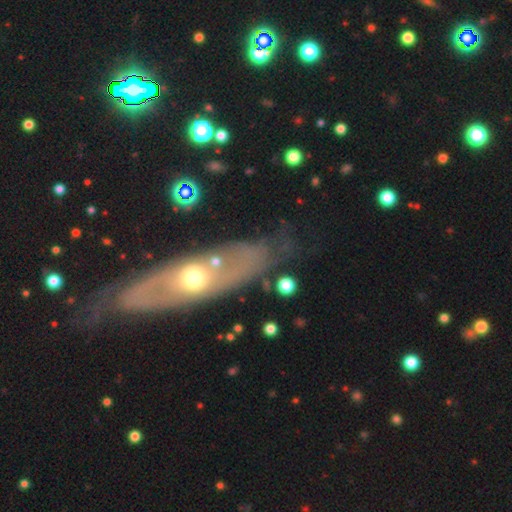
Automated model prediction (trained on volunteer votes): Morphology: type=featured or disk (62%); edge-on=no (67%); merging=none (75%).